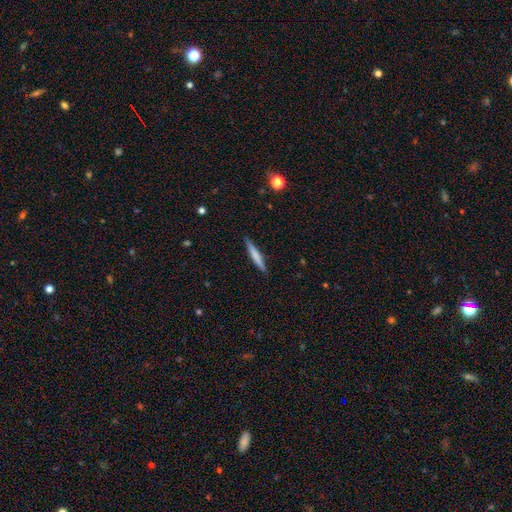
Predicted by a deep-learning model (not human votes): Smooth or featured? smooth (66%)
How rounded? cigar-shaped (95%)
Merging? none (90%)